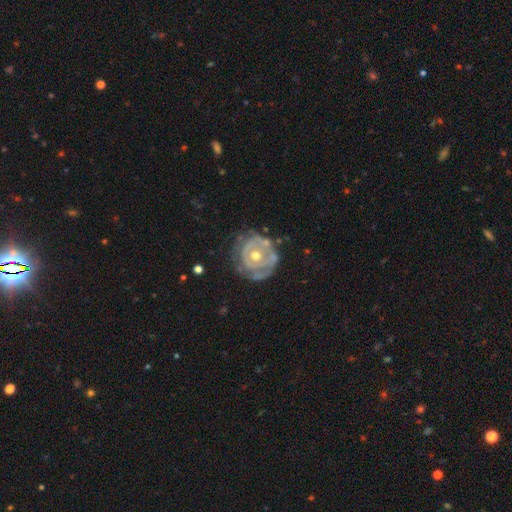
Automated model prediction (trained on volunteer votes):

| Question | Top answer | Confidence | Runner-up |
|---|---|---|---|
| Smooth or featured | featured or disk | 75% | smooth (19%) |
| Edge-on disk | no | 97% | yes (3%) |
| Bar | no | 82% | weak (14%) |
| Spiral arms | yes | 60% | no (40%) |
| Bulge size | moderate | 68% | small (27%) |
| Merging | none | 59% | minor disturbance (24%) |